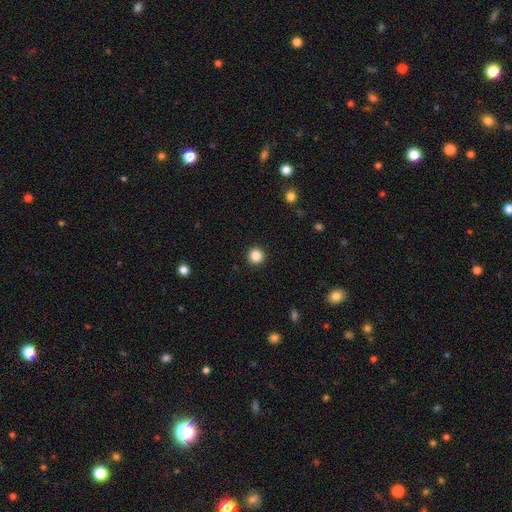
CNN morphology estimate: This is clearly a smooth galaxy (86%). How rounded: clearly round (95%). Merging: clearly none (93%).